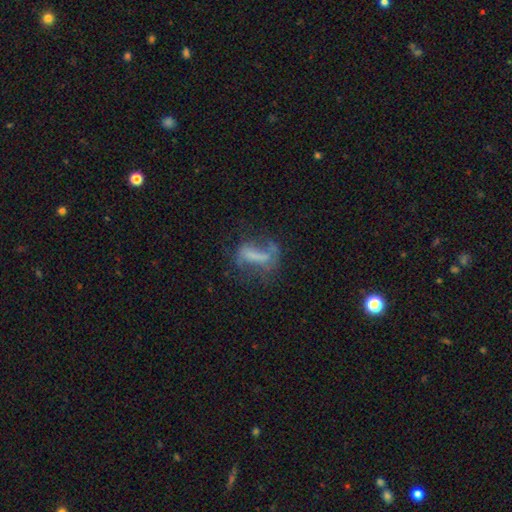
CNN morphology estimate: Q: Smooth or featured?
A: featured or disk (51%); runner-up: smooth (35%)
Q: Edge-on disk?
A: no (91%); runner-up: yes (9%)
Q: Merging?
A: major disturbance (38%); runner-up: none (34%)